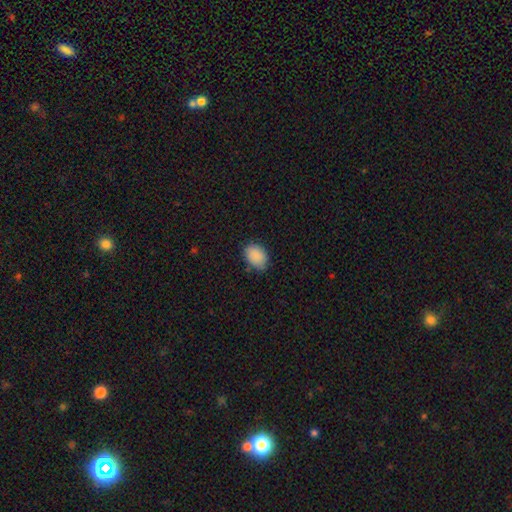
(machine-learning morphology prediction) type=smooth (89%); roundness=in between (80%); merging=none (77%).